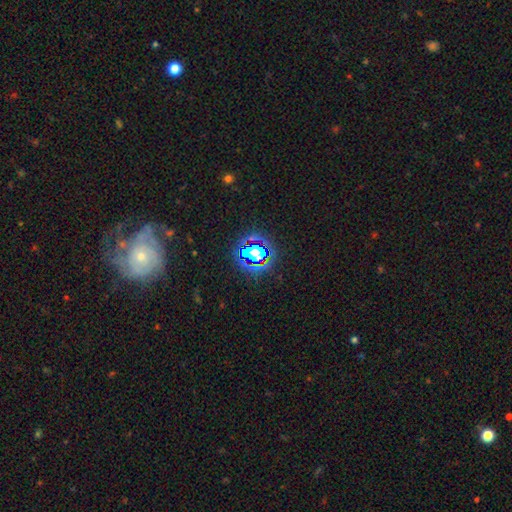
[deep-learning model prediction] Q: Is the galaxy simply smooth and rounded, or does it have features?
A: star or artifact — 61%.